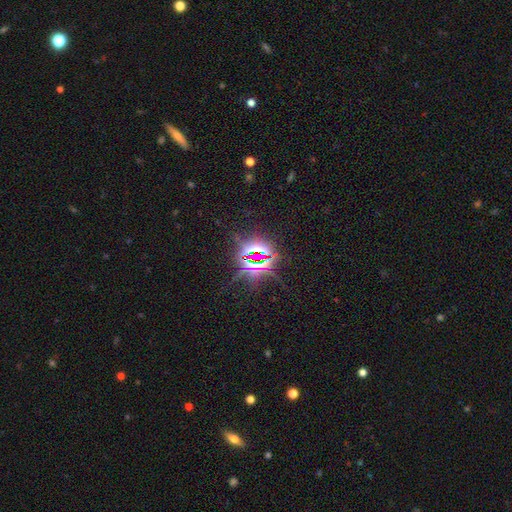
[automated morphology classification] The model was most divided on "smooth or featured": star or artifact: 85%, smooth: 7%, featured or disk: 7%.